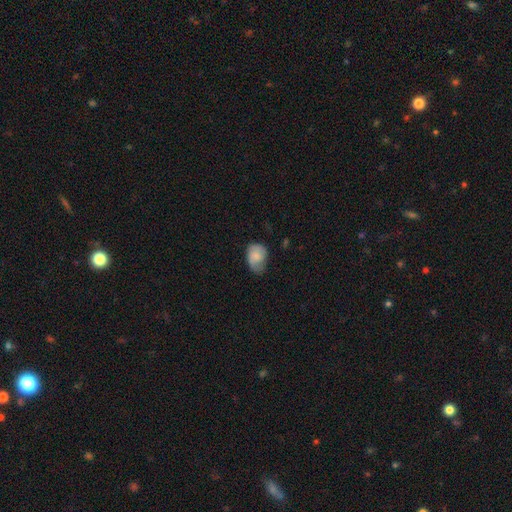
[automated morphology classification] Smooth or featured? smooth (75%)
How rounded? in between (73%)
Merging? minor disturbance (42%)